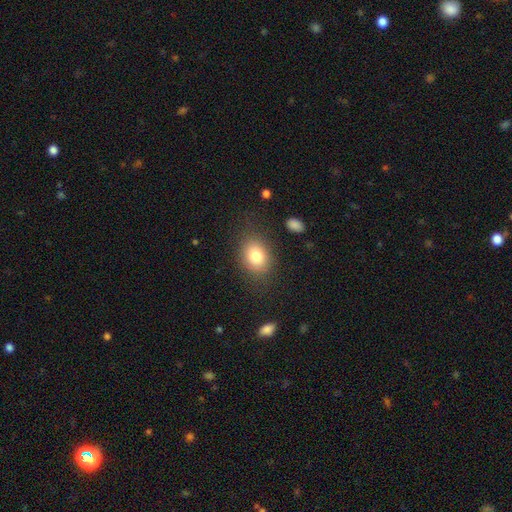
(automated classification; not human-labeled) Q: Smooth or featured?
A: smooth (80%); runner-up: featured or disk (10%)
Q: How rounded?
A: in between (58%); runner-up: round (41%)
Q: Merging?
A: none (80%); runner-up: minor disturbance (12%)